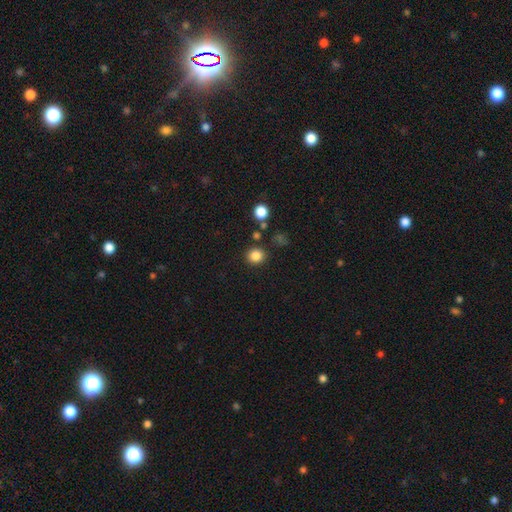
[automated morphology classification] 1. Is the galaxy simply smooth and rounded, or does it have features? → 84% smooth, 12% star or artifact, 4% featured or disk.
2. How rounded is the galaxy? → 88% round, 11% in between, 1% cigar-shaped.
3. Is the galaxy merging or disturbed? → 87% none, 7% minor disturbance, 4% merger, 3% major disturbance.